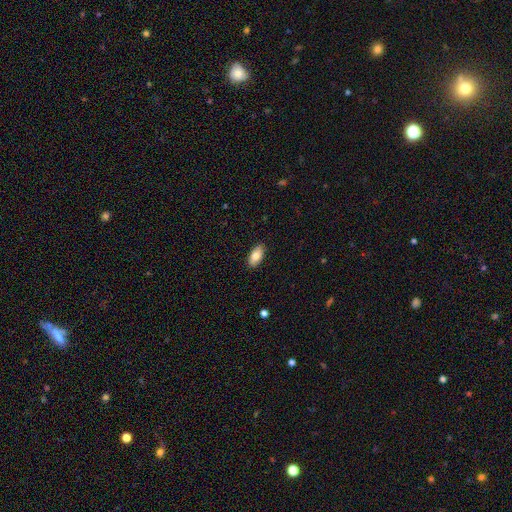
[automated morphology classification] A smooth galaxy with no disk features (84%) that is in between round and cigar-shaped (91%).

Vote fractions:
- Smooth or featured? smooth: 84% / featured or disk: 10% / star or artifact: 6%
- How rounded? in between: 91% / cigar-shaped: 7% / round: 2%
- Merging? none: 89% / minor disturbance: 8% / major disturbance: 2% / merger: 1%